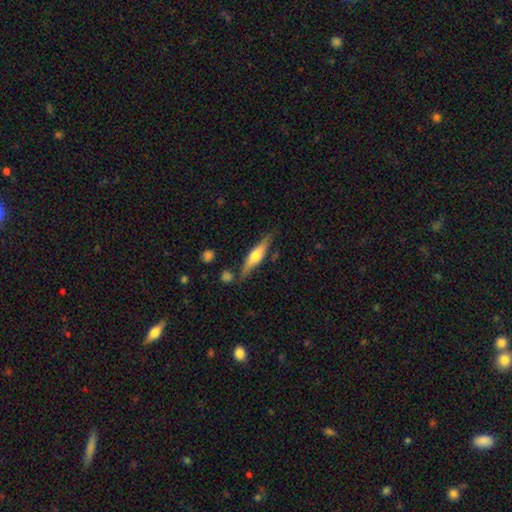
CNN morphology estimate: smooth-or-featured: featured or disk: 59% | smooth: 35% | star or artifact: 6%
  disk-edge-on: yes: 94% | no: 6%
    edge-on-bulge: rounded: 90% | boxy: 6% | none: 3%
  merging: none: 79% | minor disturbance: 14% | merger: 5% | major disturbance: 3%